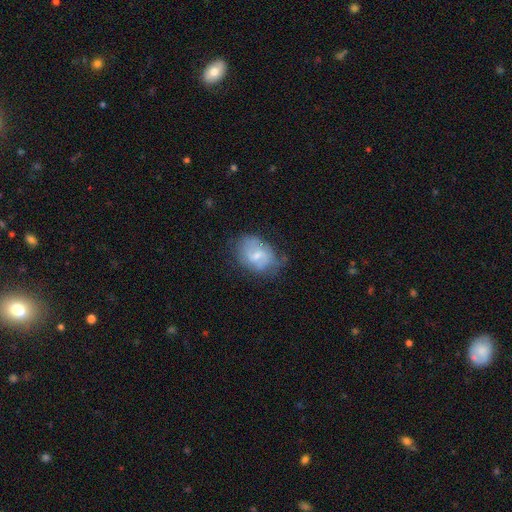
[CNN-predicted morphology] Smooth or featured? featured or disk (47%)
Merging? none (59%)